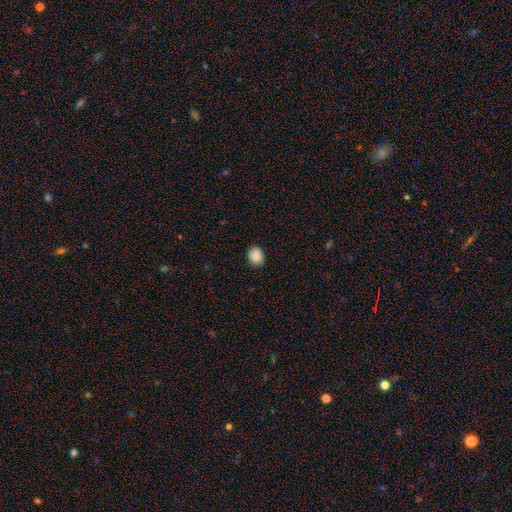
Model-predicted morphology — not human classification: A smooth galaxy with no disk features (88%) that is round (58%).

Vote fractions:
- Smooth or featured? smooth: 88% / star or artifact: 8% / featured or disk: 4%
- How rounded? round: 58% / in between: 41% / cigar-shaped: 1%
- Merging? none: 86% / minor disturbance: 11% / major disturbance: 2% / merger: 1%